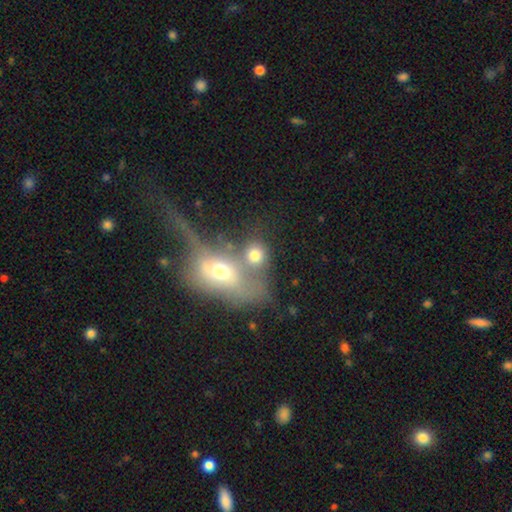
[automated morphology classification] The model was most divided on "how rounded": round: 57%, in between: 40%, cigar-shaped: 2%. More confident: smooth or featured — smooth (64%); merging — merger (56%).